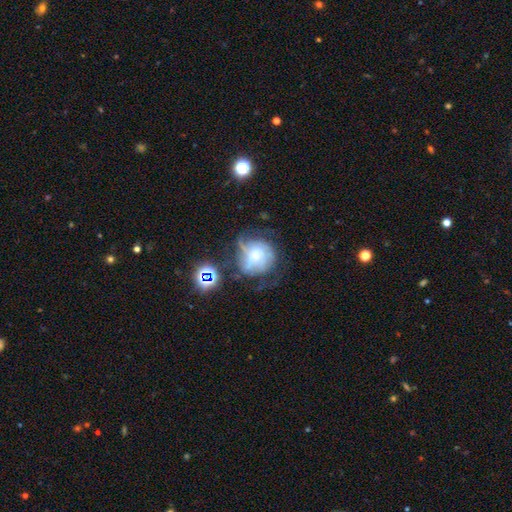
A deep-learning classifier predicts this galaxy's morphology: This is possibly a featured or disk galaxy (54%). It is clearly not viewed edge-on (97%). Bar: likely no (73%). Spiral arm pattern: likely yes (68%). Central bulge: possibly small (45%). Merging: marginally none (40%).